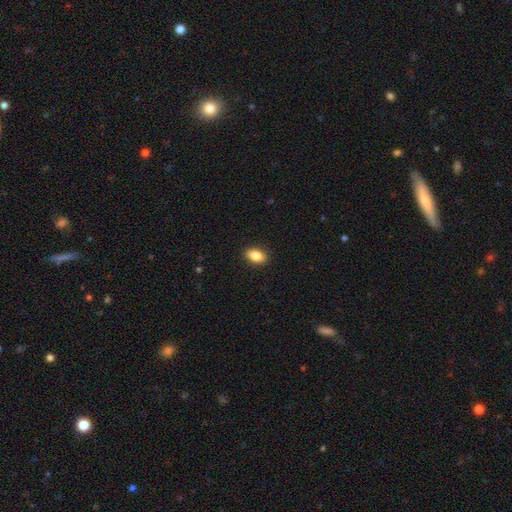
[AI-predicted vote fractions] The model was most divided on "smooth or featured": smooth: 86%, star or artifact: 8%, featured or disk: 6%. More confident: merging — none (90%); how rounded — in between (89%).